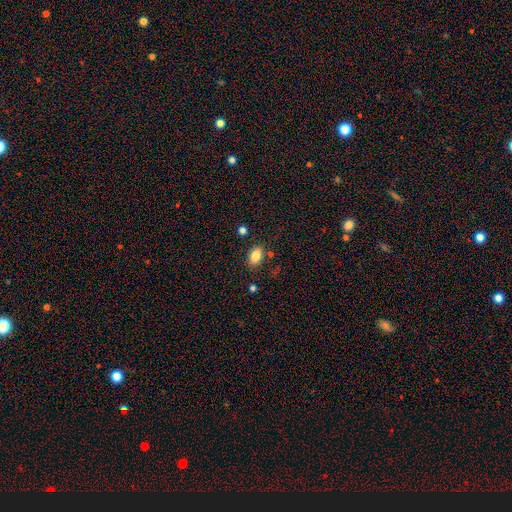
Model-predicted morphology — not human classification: smooth-or-featured: smooth: 84% | star or artifact: 9% | featured or disk: 7%
  how-rounded: in between: 87% | round: 11% | cigar-shaped: 2%
  merging: none: 82% | minor disturbance: 11% | merger: 4% | major disturbance: 3%